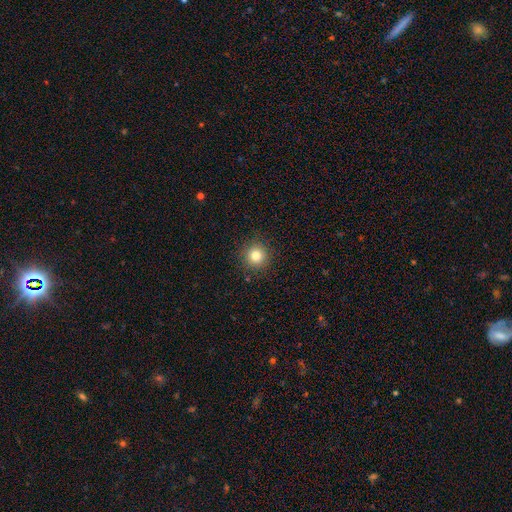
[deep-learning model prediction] This appears to be a smooth galaxy with no disk features (81%) that is round (95%). Merging: none (91%).